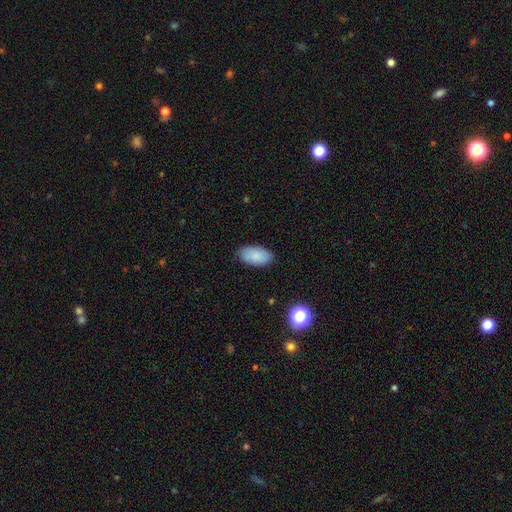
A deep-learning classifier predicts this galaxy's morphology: type=smooth (87%); roundness=in between (95%); merging=none (86%).